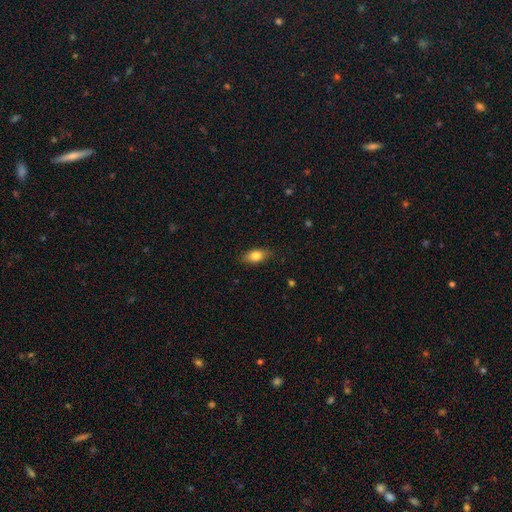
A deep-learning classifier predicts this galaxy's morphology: smooth-or-featured: smooth: 80% | featured or disk: 12% | star or artifact: 8%
  how-rounded: in between: 85% | cigar-shaped: 9% | round: 6%
  merging: none: 85% | minor disturbance: 12% | major disturbance: 2% | merger: 1%